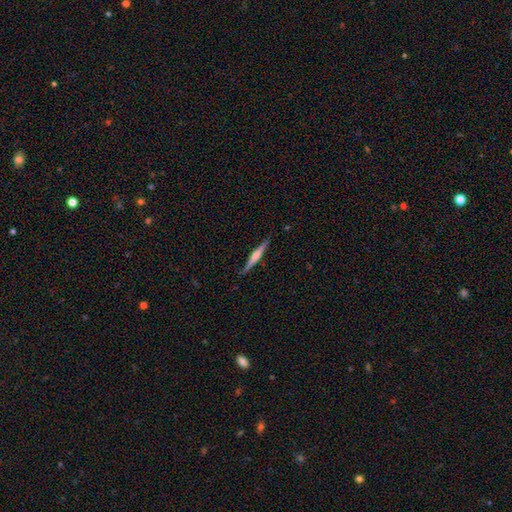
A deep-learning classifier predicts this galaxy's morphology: smooth-or-featured: featured or disk: 64% | smooth: 31% | star or artifact: 5%
  disk-edge-on: yes: 98% | no: 2%
    edge-on-bulge: rounded: 69% | boxy: 16% | none: 15%
  merging: none: 87% | minor disturbance: 10% | major disturbance: 2% | merger: 1%